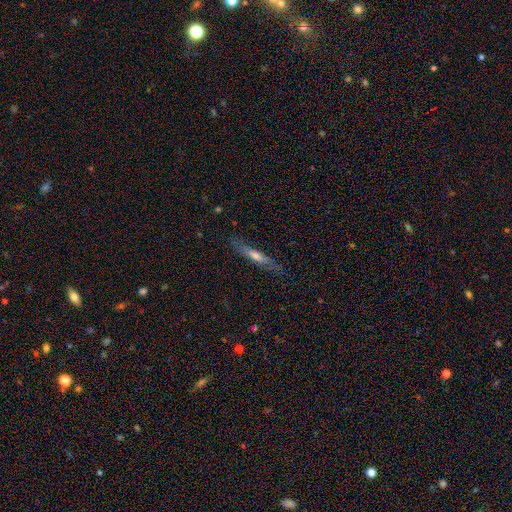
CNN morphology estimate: The model was most divided on "smooth or featured": featured or disk: 50%, smooth: 43%, star or artifact: 7%. More confident: edge-on disk — yes (84%); merging — none (81%).